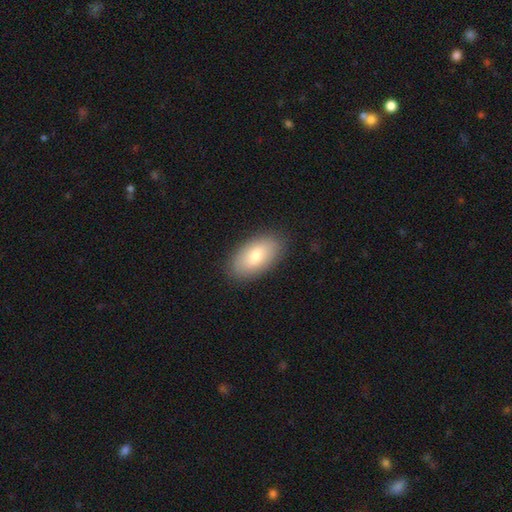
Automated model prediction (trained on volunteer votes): Smooth or featured? smooth (76%)
How rounded? in between (94%)
Merging? none (88%)